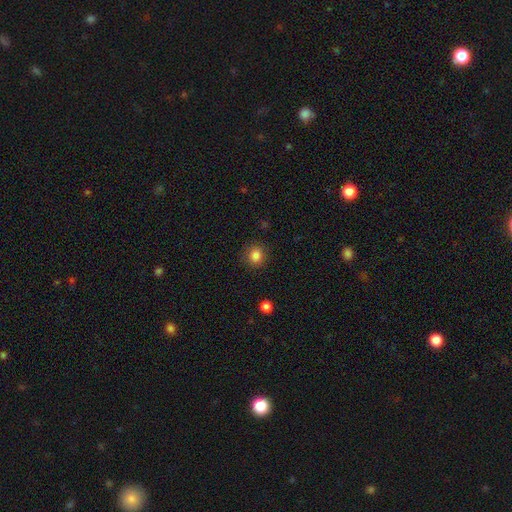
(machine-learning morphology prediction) Smooth or featured? Predicted: smooth (p=0.85). How rounded? Predicted: round (p=0.81). Merging? Predicted: none (p=0.88).